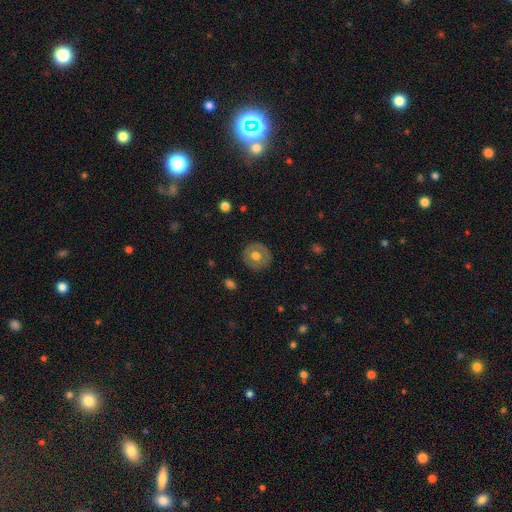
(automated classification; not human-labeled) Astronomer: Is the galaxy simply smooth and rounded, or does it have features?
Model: smooth — 59% (runner-up: featured or disk, 34%).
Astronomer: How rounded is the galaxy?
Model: round — 89%.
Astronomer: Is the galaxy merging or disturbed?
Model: none — 87%.